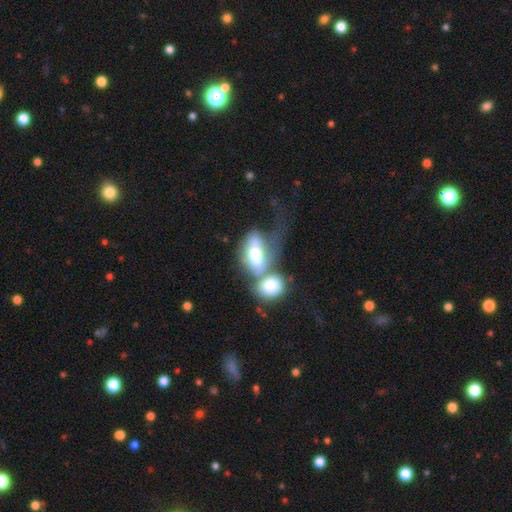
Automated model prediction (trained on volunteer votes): A smooth galaxy with no disk features (52%) that is in between round and cigar-shaped (80%).

Vote fractions:
- Smooth or featured? smooth: 52% / featured or disk: 40% / star or artifact: 8%
- How rounded? in between: 80% / round: 11% / cigar-shaped: 9%
- Merging? merger: 64% / major disturbance: 16% / none: 12% / minor disturbance: 8%